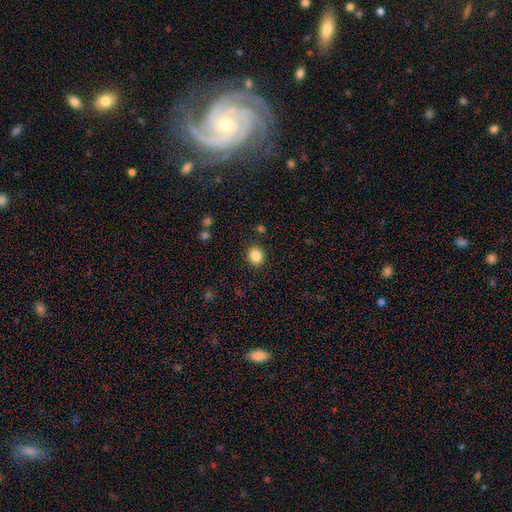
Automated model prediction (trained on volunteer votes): Smooth or featured: smooth — 85% (star or artifact — 11%)
How rounded: round — 79% (in between — 20%)
Merging: none — 89% (minor disturbance — 7%)